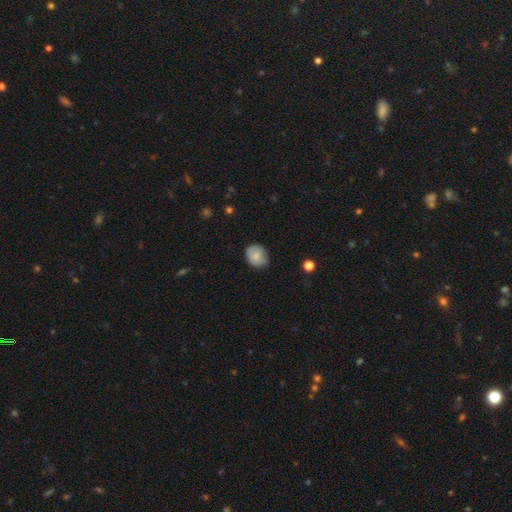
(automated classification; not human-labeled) Smooth or featured: smooth — 82% (featured or disk — 10%)
How rounded: round — 56% (in between — 43%)
Merging: none — 72% (minor disturbance — 23%)